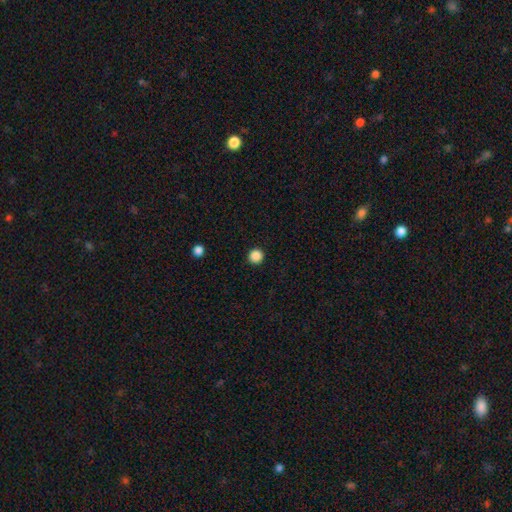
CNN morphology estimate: Smooth or featured? Predicted: smooth (p=0.87). How rounded? Predicted: round (p=0.96). Merging? Predicted: none (p=0.93).